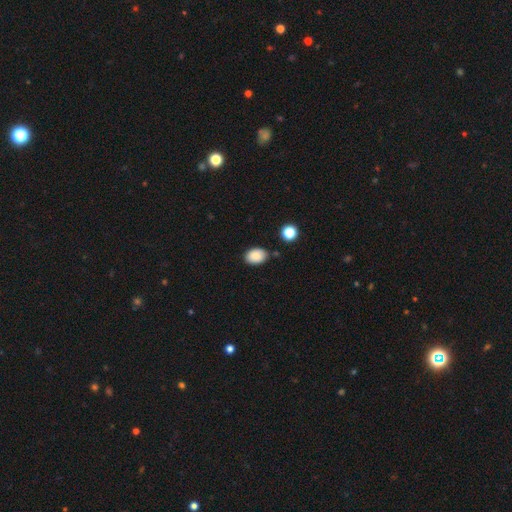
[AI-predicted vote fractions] Smooth or featured?
  - smooth: 87% *
  - star or artifact: 8%
  - featured or disk: 5%
How rounded?
  - in between: 83% *
  - round: 16%
  - cigar-shaped: 1%
Merging?
  - none: 80% *
  - minor disturbance: 13%
  - merger: 4%
  - major disturbance: 3%